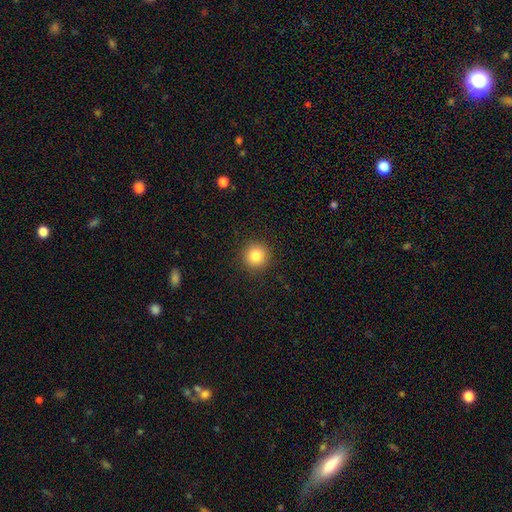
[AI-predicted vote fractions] Q: Smooth or featured?
A: smooth (84%); runner-up: star or artifact (10%)
Q: How rounded?
A: round (94%); runner-up: in between (5%)
Q: Merging?
A: none (91%); runner-up: minor disturbance (6%)